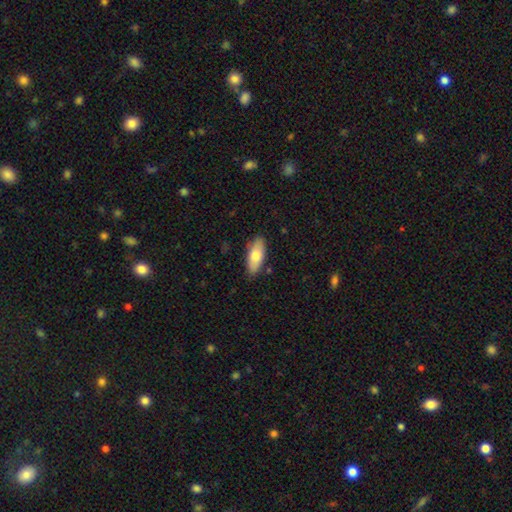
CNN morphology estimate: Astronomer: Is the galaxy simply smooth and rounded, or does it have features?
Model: smooth — 72%.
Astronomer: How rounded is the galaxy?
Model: in between — 79%.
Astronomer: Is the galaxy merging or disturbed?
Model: none — 85%.